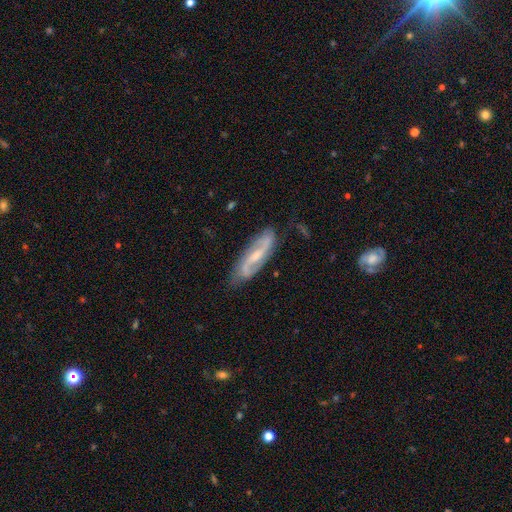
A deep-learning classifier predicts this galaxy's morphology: Overall: featured or disk (84%). Edge-on disk: no (90%). Bar: weak (42%; strong 36%). Spiral arms: yes (96%). Spiral arm count: 2 (92%). Spiral winding: medium (43%; loose 40%). Bulge size: small (56%; moderate 32%). Merging: none (82%).